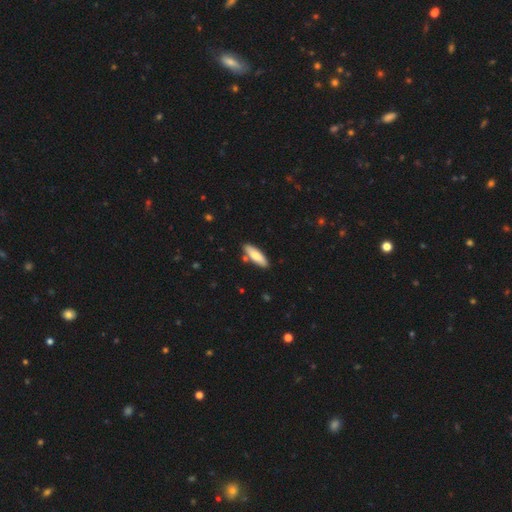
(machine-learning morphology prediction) Smooth or featured? smooth (79%)
How rounded? cigar-shaped (51%)
Merging? none (83%)